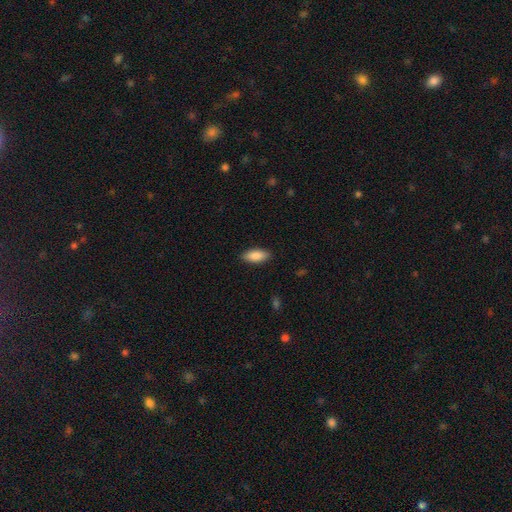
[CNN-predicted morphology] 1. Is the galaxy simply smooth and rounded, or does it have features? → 88% smooth, 6% star or artifact, 6% featured or disk.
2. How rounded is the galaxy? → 85% in between, 13% cigar-shaped, 2% round.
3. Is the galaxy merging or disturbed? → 89% none, 8% minor disturbance, 2% major disturbance, 1% merger.